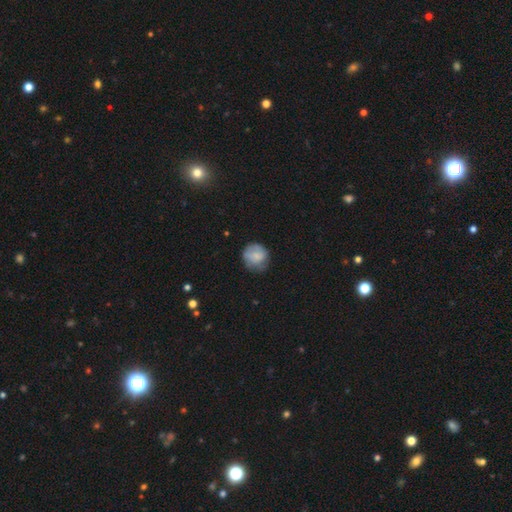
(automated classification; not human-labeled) smooth_or_featured: smooth (p=0.67) [alt: featured or disk p=0.25]
how_rounded: round (p=0.85) [alt: in between p=0.14]
merging: none (p=0.66) [alt: minor disturbance p=0.24]